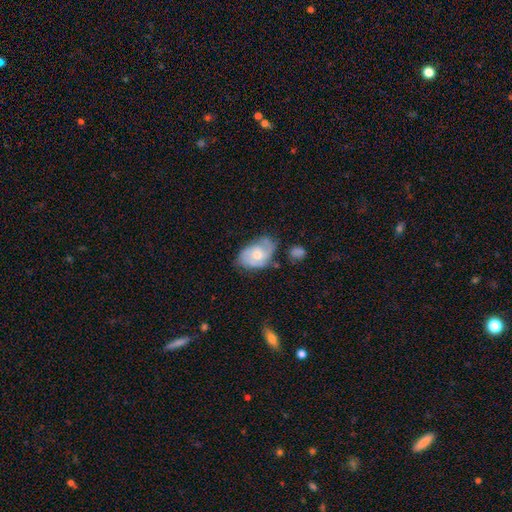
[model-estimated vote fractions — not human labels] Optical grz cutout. It shows a featured or disk galaxy (60%) with no bar (73%), spiral arms (81%) and a moderate central bulge (55%). Merging: none (50%).